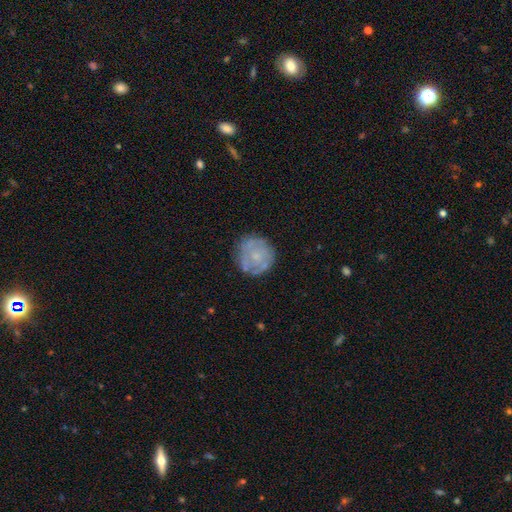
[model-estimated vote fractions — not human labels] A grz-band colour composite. It shows a featured or disk galaxy (51%) with no bar (87%), no spiral arms (55%) and a small central bulge (53%). Merging: none (76%).